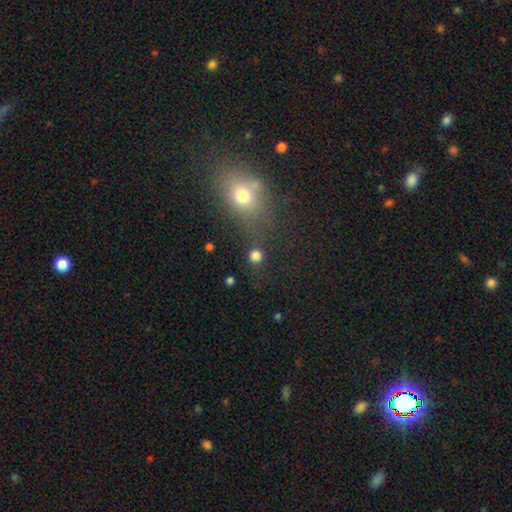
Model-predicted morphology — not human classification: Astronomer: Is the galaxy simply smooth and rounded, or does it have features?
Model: smooth — 81%.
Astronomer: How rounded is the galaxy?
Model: round — 91%.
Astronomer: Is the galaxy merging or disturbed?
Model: none — 81%.